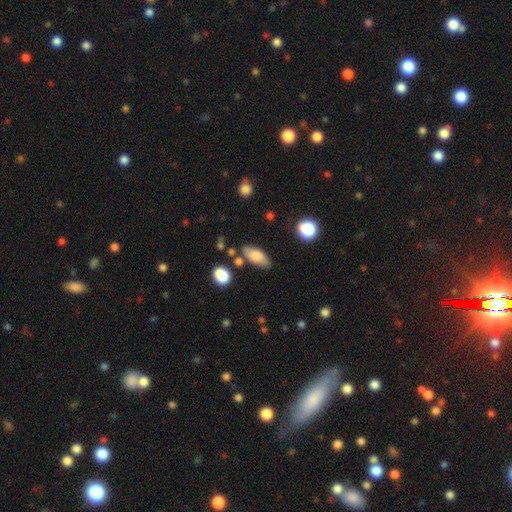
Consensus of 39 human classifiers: A smooth galaxy with no disk features (79%) that is in between round and cigar-shaped (87%).

Vote fractions:
- Smooth or featured? smooth: 79% / featured or disk: 13% / star or artifact: 8%
- How rounded? in between: 87% / round: 6% / cigar-shaped: 6%
- Merging? none: 81% / minor disturbance: 11% / major disturbance: 6% / merger: 3%